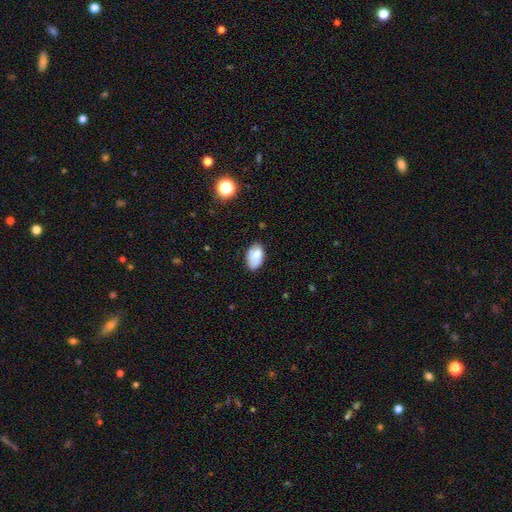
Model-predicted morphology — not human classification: A smooth galaxy with no disk features (79%) that is in between round and cigar-shaped (92%).

Vote fractions:
- Smooth or featured? smooth: 79% / featured or disk: 13% / star or artifact: 8%
- How rounded? in between: 92% / round: 6% / cigar-shaped: 1%
- Merging? none: 68% / minor disturbance: 25% / major disturbance: 5% / merger: 2%